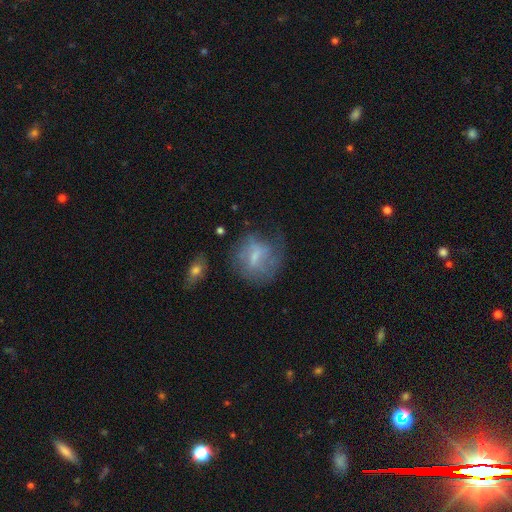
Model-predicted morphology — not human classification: Overall: smooth (46%; featured or disk 44%). Merging: none (53%; minor disturbance 25%).